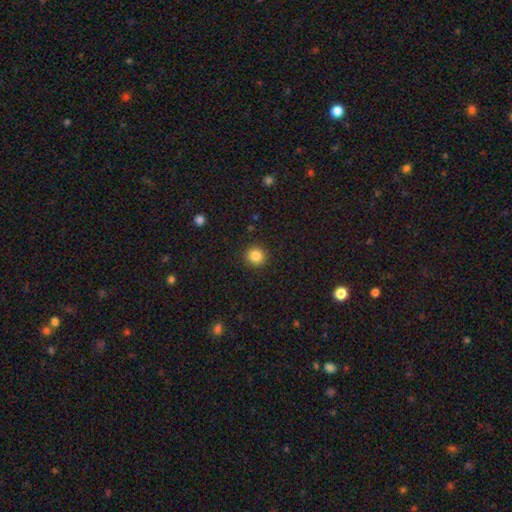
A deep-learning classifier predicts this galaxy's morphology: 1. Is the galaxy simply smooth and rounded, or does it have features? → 84% smooth, 11% star or artifact, 5% featured or disk.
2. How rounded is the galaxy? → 94% round, 5% in between, 1% cigar-shaped.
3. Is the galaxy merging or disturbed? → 92% none, 5% minor disturbance, 2% major disturbance, 1% merger.